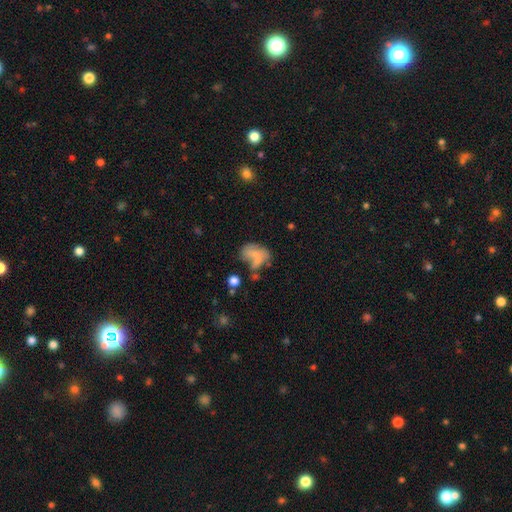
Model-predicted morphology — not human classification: smooth 55%, featured or disk 33%, star or artifact 12%. Down the decision tree: how rounded — in between (79%); merging — none (28%).